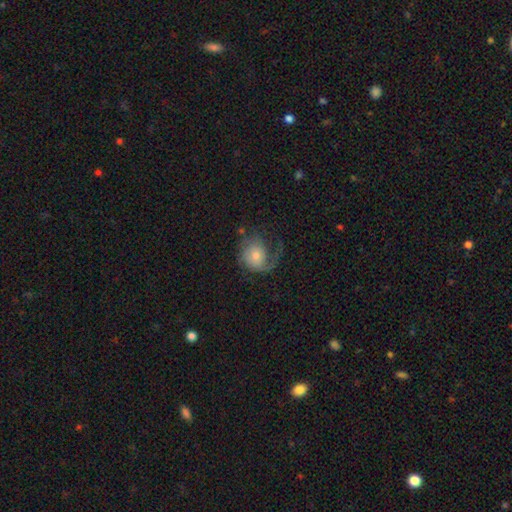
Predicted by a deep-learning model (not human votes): Overall: featured or disk (61%; smooth 30%). Edge-on disk: no (97%). Bar: no (75%). Spiral arms: yes (88%). Spiral arm count: 1 (62%; 2 23%). Spiral winding: loose (39%; medium 38%). Bulge size: moderate (47%; small 41%). Merging: none (45%; major disturbance 33%).